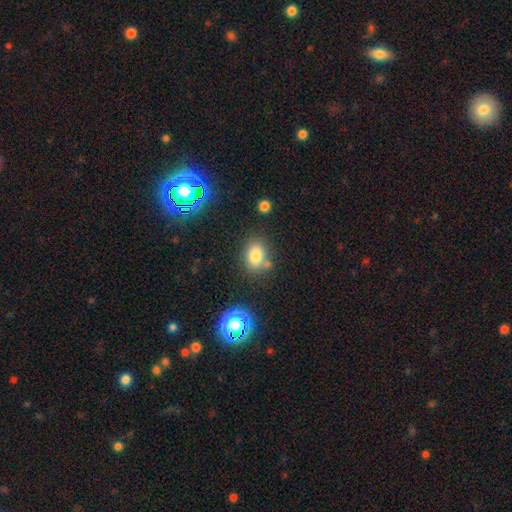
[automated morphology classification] A smooth galaxy with no disk features (79%) that is in between round and cigar-shaped (66%).

Vote fractions:
- Smooth or featured? smooth: 79% / star or artifact: 13% / featured or disk: 8%
- How rounded? in between: 66% / round: 33% / cigar-shaped: 1%
- Merging? none: 70% / minor disturbance: 14% / merger: 11% / major disturbance: 4%